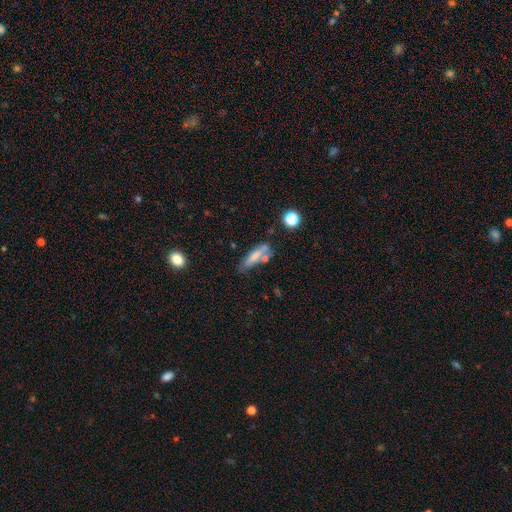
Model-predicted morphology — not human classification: smooth 66%, featured or disk 24%, star or artifact 10%. Down the decision tree: how rounded — cigar-shaped (58%); merging — none (49%).